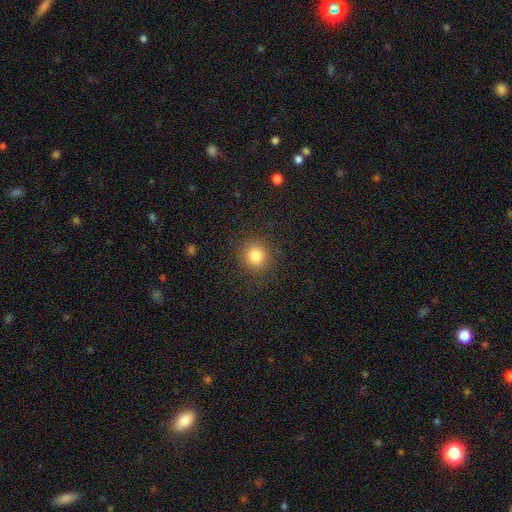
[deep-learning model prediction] Q: Smooth or featured?
A: smooth (82%); runner-up: star or artifact (12%)
Q: How rounded?
A: round (89%); runner-up: in between (10%)
Q: Merging?
A: none (89%); runner-up: minor disturbance (7%)